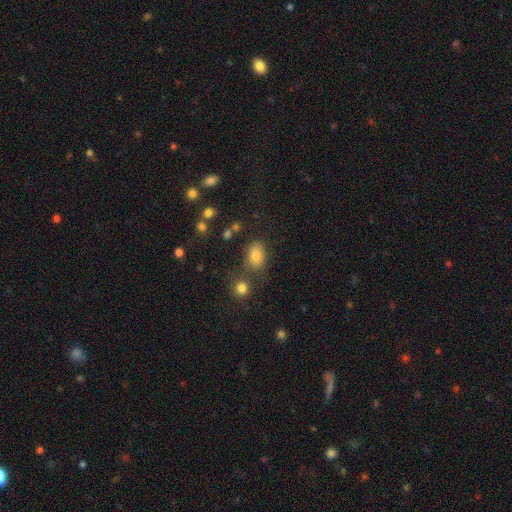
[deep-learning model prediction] smooth_or_featured: smooth (p=0.78) [alt: star or artifact p=0.13]
how_rounded: in between (p=0.81) [alt: round p=0.17]
merging: none (p=0.68) [alt: minor disturbance p=0.16]